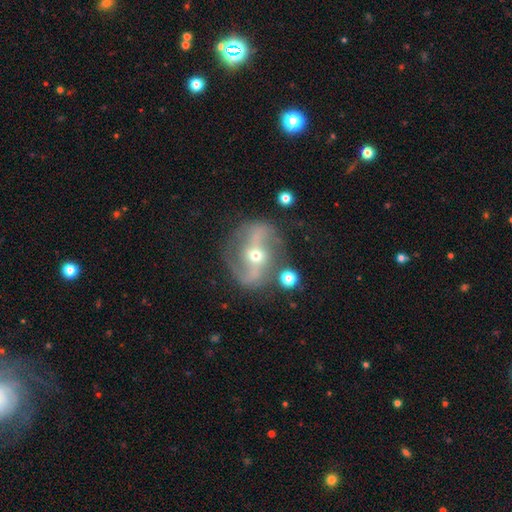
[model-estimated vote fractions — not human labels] Q: Smooth or featured?
A: featured or disk (84%); runner-up: smooth (9%)
Q: Edge-on disk?
A: no (96%); runner-up: yes (4%)
Q: Bar?
A: strong (37%); runner-up: weak (32%)
Q: Spiral arms?
A: yes (91%); runner-up: no (9%)
Q: Spiral winding?
A: loose (46%); runner-up: medium (42%)
Q: Spiral arm count?
A: 2 (92%); runner-up: can't tell (3%)
Q: Bulge size?
A: moderate (50%); runner-up: small (46%)
Q: Merging?
A: none (72%); runner-up: minor disturbance (15%)